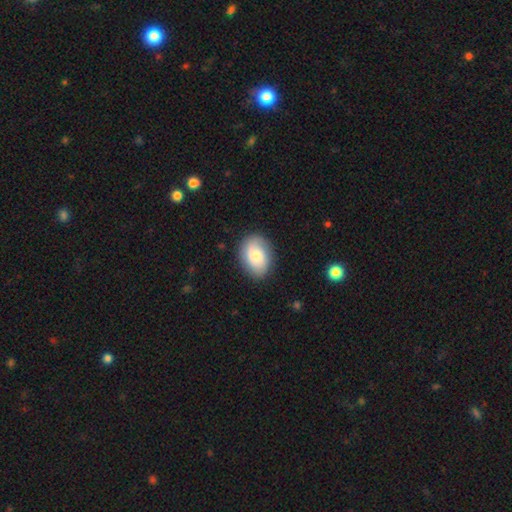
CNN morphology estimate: Q: Smooth or featured?
A: smooth (64%); runner-up: featured or disk (29%)
Q: How rounded?
A: in between (70%); runner-up: round (29%)
Q: Merging?
A: none (83%); runner-up: minor disturbance (12%)